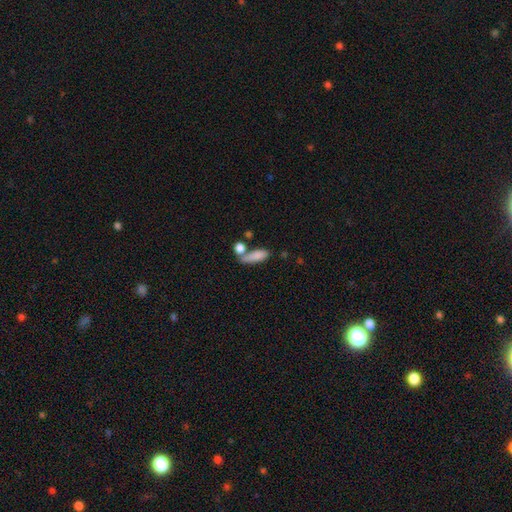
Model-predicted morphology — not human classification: Smooth or featured? smooth (81%)
How rounded? in between (65%)
Merging? none (45%)